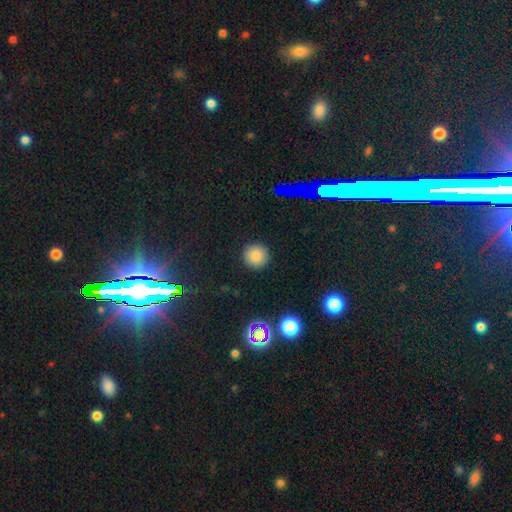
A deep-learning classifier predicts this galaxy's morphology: A smooth galaxy with no disk features (82%) that is round (95%).

Vote fractions:
- Smooth or featured? smooth: 82% / star or artifact: 13% / featured or disk: 5%
- How rounded? round: 95% / in between: 4% / cigar-shaped: 1%
- Merging? none: 92% / minor disturbance: 5% / major disturbance: 2% / merger: 1%